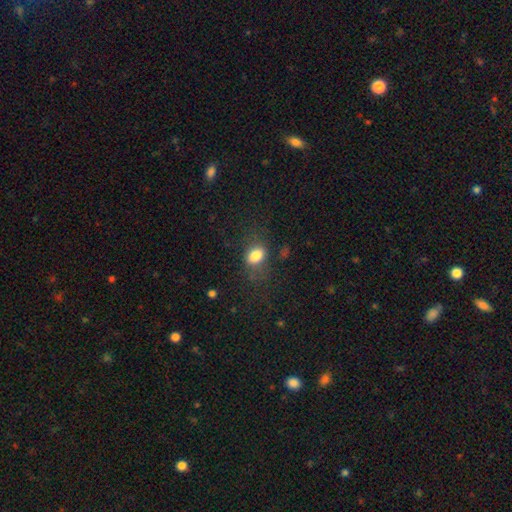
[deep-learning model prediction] Overall: smooth (81%). How rounded: in between (74%). Merging: none (65%).